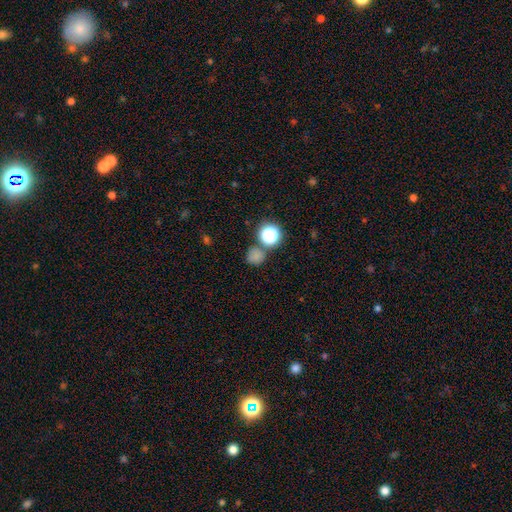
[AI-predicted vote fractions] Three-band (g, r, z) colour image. It shows a smooth galaxy with no disk features (70%) that is round (87%). Merging: none (72%).